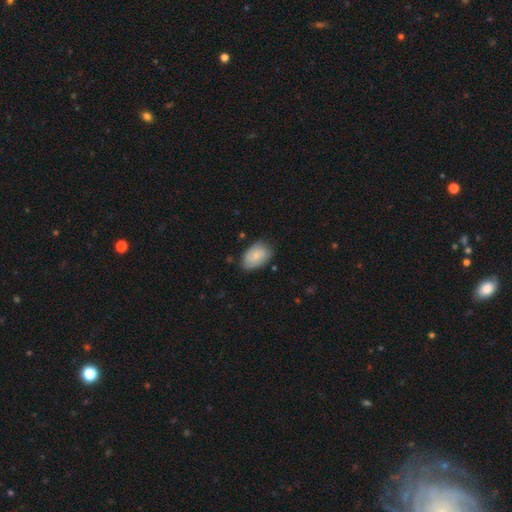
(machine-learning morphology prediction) This appears to be a smooth galaxy with no disk features (69%) that is in between round and cigar-shaped (88%). Merging: none (69%).